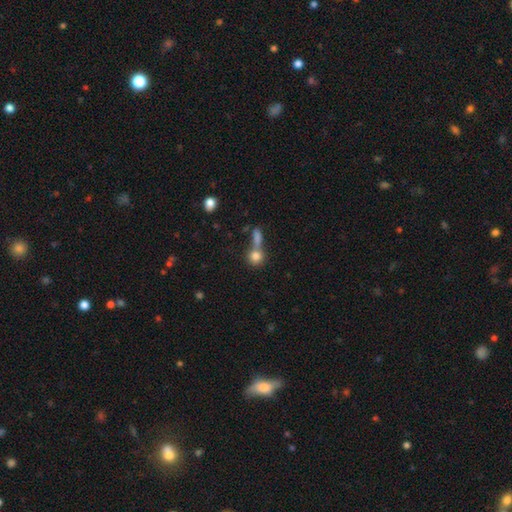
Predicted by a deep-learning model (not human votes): smooth_or_featured: smooth (p=0.80) [alt: star or artifact p=0.10]
how_rounded: round (p=0.82) [alt: in between p=0.14]
merging: none (p=0.45) [alt: merger p=0.41]